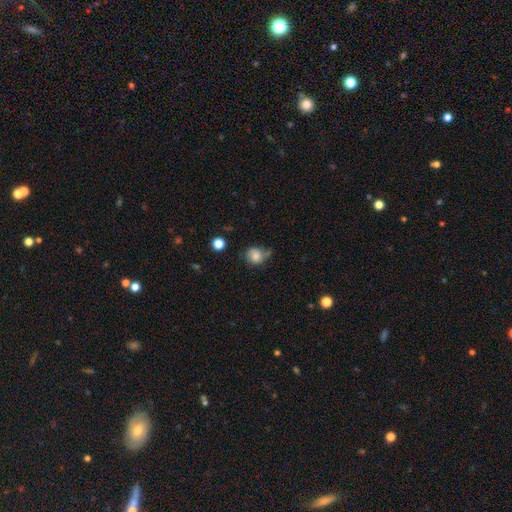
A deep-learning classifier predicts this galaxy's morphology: This is likely a smooth galaxy (76%). How rounded: likely round (71%). Merging: possibly none (46%).